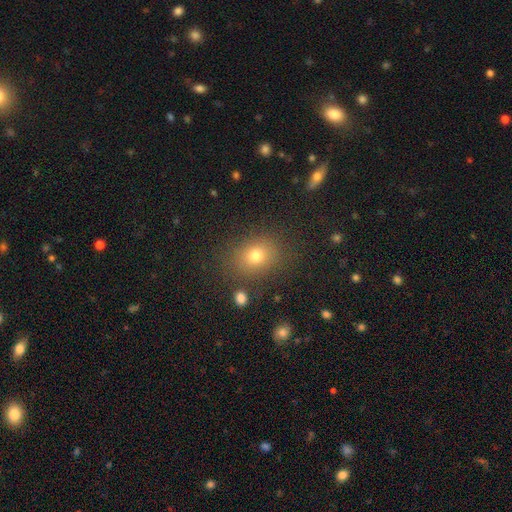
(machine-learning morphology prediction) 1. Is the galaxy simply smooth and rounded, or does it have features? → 76% smooth, 15% star or artifact, 9% featured or disk.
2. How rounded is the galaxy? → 50% in between, 49% round, 1% cigar-shaped.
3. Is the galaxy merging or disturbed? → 82% none, 11% minor disturbance, 4% major disturbance, 3% merger.